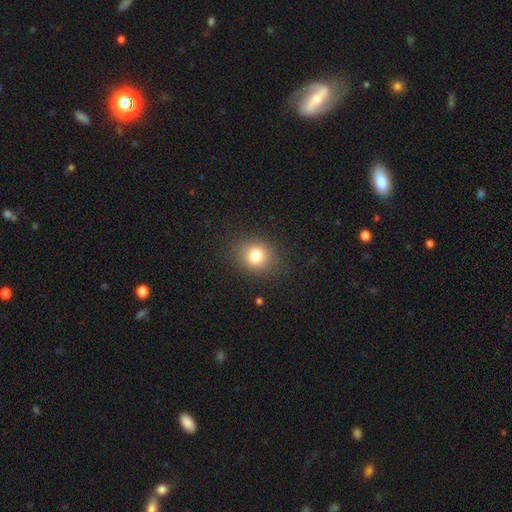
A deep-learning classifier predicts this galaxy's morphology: Smooth or featured: smooth — 79% (star or artifact — 13%)
How rounded: round — 66% (in between — 33%)
Merging: none — 86% (minor disturbance — 9%)